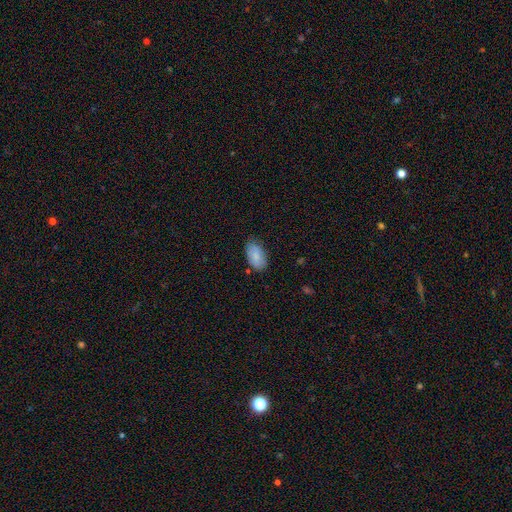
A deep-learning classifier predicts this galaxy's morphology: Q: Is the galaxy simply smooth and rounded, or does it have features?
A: smooth — 83%.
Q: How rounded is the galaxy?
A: in between — 94%.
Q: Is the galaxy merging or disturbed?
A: none — 76%.